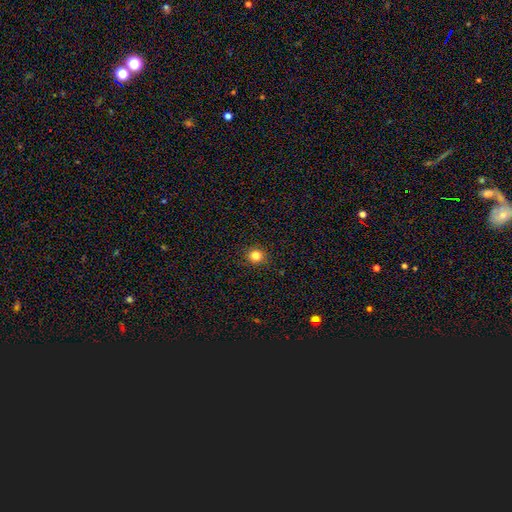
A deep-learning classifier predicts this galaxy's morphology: The model was most divided on "smooth or featured": smooth: 82%, star or artifact: 13%, featured or disk: 5%. More confident: merging — none (92%); how rounded — round (89%).